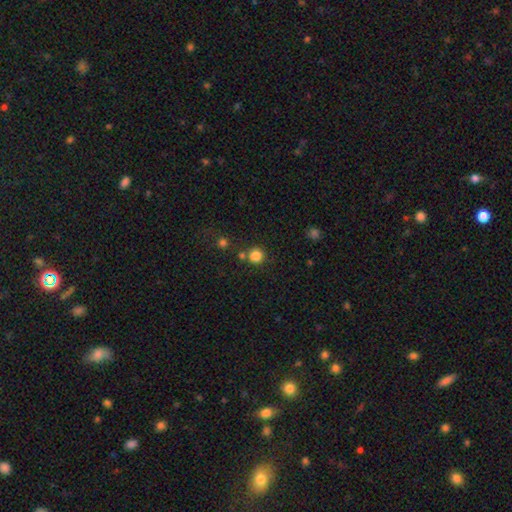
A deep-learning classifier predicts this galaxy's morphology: Smooth or featured? smooth (83%)
How rounded? round (92%)
Merging? none (73%)